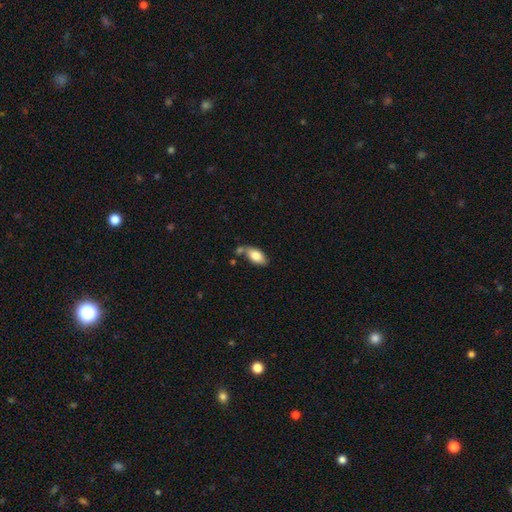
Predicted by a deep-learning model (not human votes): A smooth galaxy with no disk features (80%) that is in between round and cigar-shaped (92%).

Vote fractions:
- Smooth or featured? smooth: 80% / featured or disk: 14% / star or artifact: 7%
- How rounded? in between: 92% / cigar-shaped: 5% / round: 4%
- Merging? none: 56% / merger: 20% / minor disturbance: 18% / major disturbance: 5%